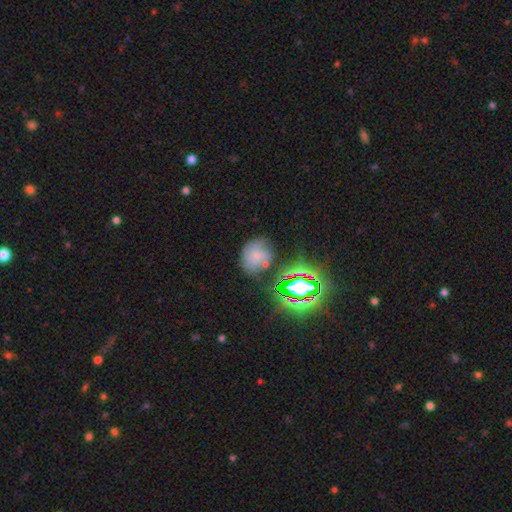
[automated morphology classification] smooth 52%, star or artifact 25%, featured or disk 23%. Down the decision tree: how rounded — round (64%); merging — none (58%).